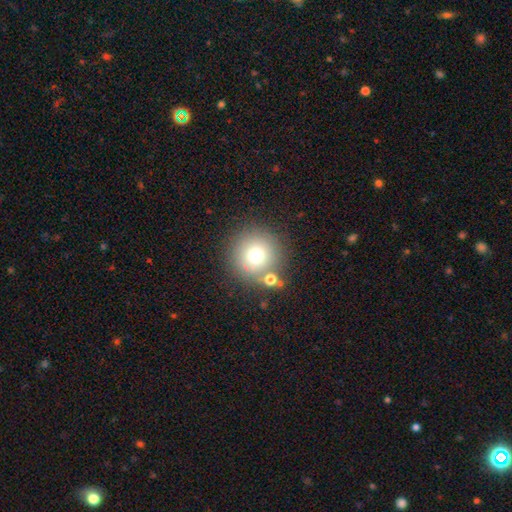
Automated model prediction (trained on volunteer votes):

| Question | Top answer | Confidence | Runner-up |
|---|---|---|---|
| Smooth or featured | smooth | 70% | star or artifact (16%) |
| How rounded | round | 95% | in between (4%) |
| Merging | none | 78% | merger (9%) |